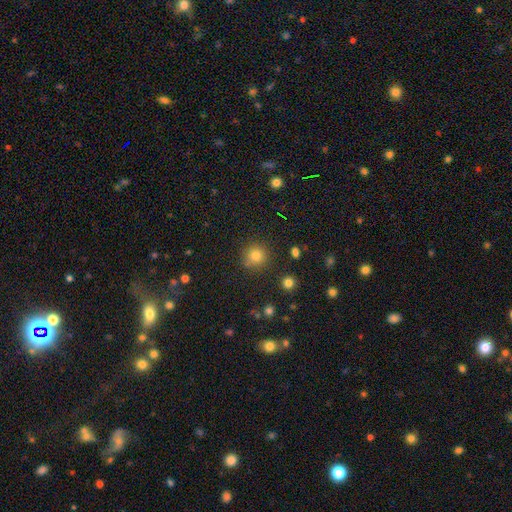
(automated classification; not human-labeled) The model was most divided on "smooth or featured": smooth: 80%, star or artifact: 15%, featured or disk: 6%. More confident: how rounded — round (92%); merging — none (84%).